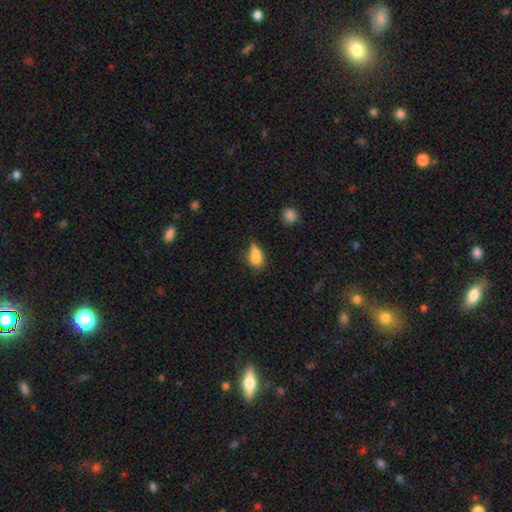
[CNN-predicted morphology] A smooth galaxy with no disk features (72%) that is in between round and cigar-shaped (74%).

Vote fractions:
- Smooth or featured? smooth: 72% / featured or disk: 18% / star or artifact: 10%
- How rounded? in between: 74% / round: 14% / cigar-shaped: 12%
- Merging? none: 33% / merger: 32% / minor disturbance: 23% / major disturbance: 11%